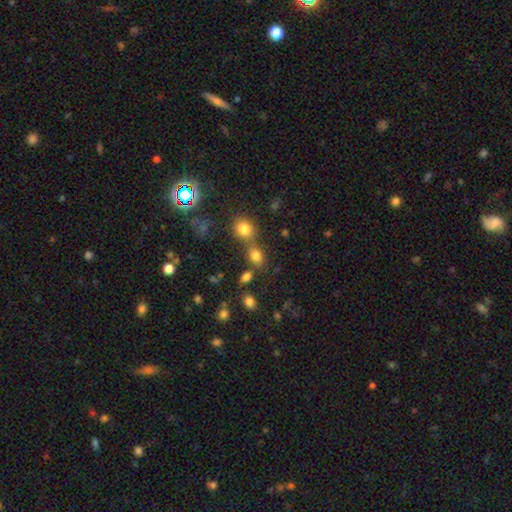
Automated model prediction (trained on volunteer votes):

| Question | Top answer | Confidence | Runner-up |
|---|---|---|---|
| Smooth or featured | smooth | 78% | star or artifact (15%) |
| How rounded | in between | 53% | round (45%) |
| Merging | none | 56% | merger (29%) |